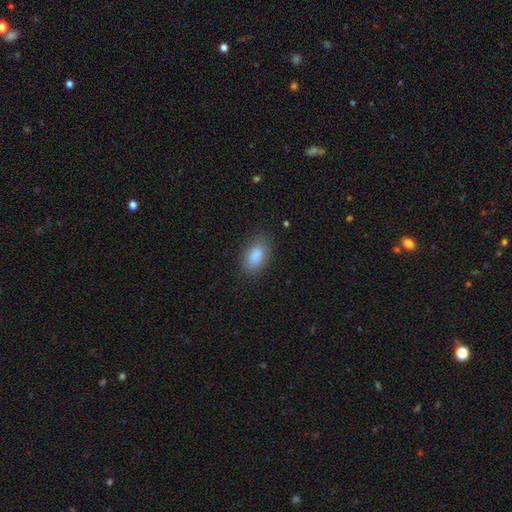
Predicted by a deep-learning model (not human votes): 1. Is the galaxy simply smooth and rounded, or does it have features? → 87% smooth, 8% star or artifact, 5% featured or disk.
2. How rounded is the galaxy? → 90% in between, 8% round, 2% cigar-shaped.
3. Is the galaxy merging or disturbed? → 79% none, 15% minor disturbance, 4% major disturbance, 1% merger.